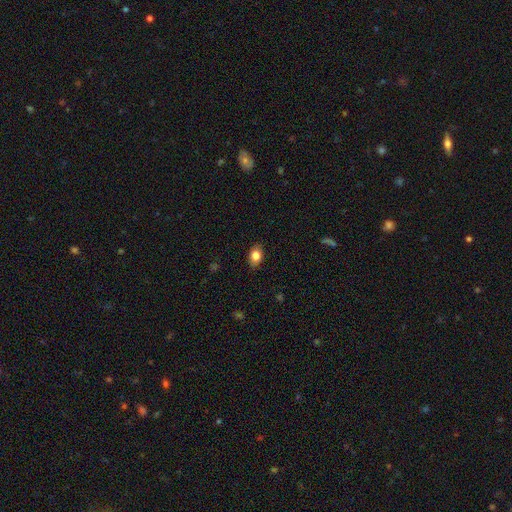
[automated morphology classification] This is clearly a smooth galaxy (81%). How rounded: likely in between (79%). Merging: clearly none (86%).